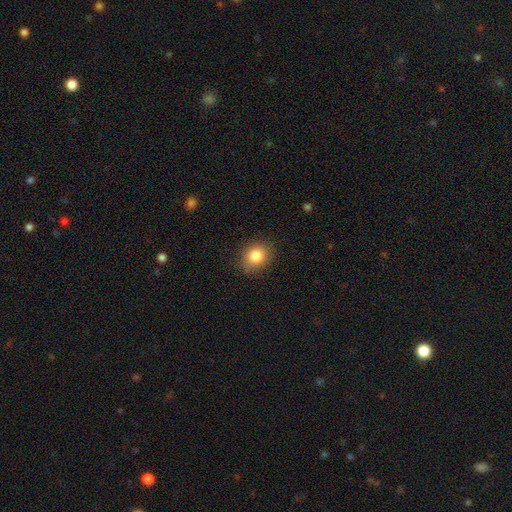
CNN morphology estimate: Smooth or featured?
  - smooth: 83% *
  - star or artifact: 10%
  - featured or disk: 7%
How rounded?
  - round: 58% *
  - in between: 41%
  - cigar-shaped: 1%
Merging?
  - none: 82% *
  - minor disturbance: 14%
  - major disturbance: 3%
  - merger: 1%